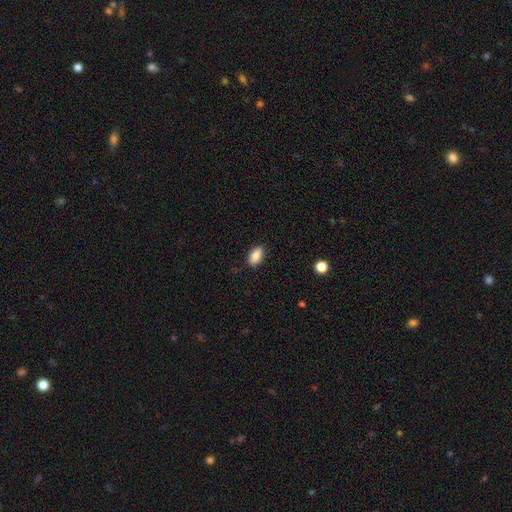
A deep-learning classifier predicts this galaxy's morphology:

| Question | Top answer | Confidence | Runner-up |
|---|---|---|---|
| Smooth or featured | smooth | 86% | star or artifact (8%) |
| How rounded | in between | 91% | round (5%) |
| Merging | none | 87% | minor disturbance (10%) |